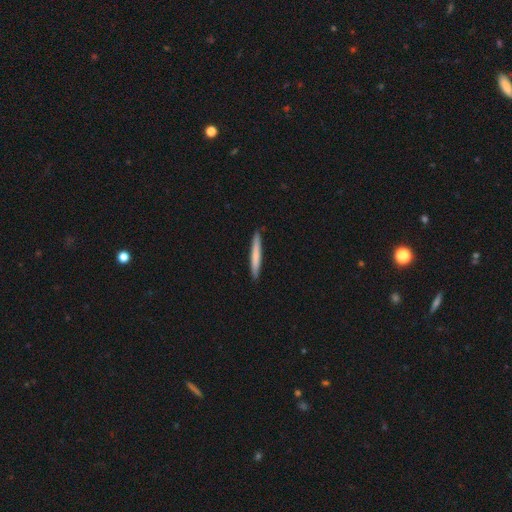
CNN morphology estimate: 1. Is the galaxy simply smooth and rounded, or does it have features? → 71% smooth, 24% featured or disk, 5% star or artifact.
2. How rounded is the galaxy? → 96% cigar-shaped, 3% in between, 1% round.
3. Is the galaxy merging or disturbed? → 91% none, 7% minor disturbance, 1% major disturbance, 1% merger.